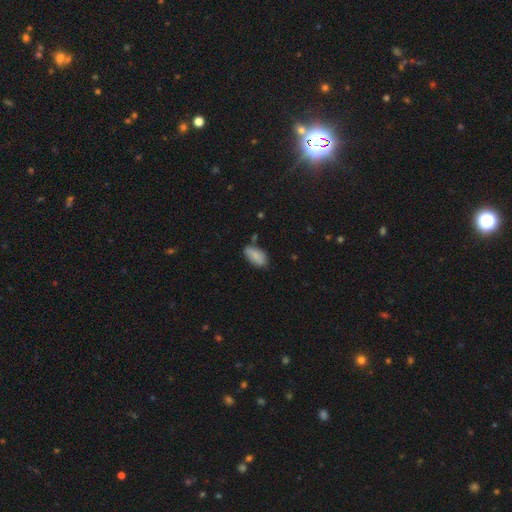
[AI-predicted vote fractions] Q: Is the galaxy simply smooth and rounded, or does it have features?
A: smooth — 84%.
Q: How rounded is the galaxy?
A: in between — 92%.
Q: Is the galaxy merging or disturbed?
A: none — 67%.